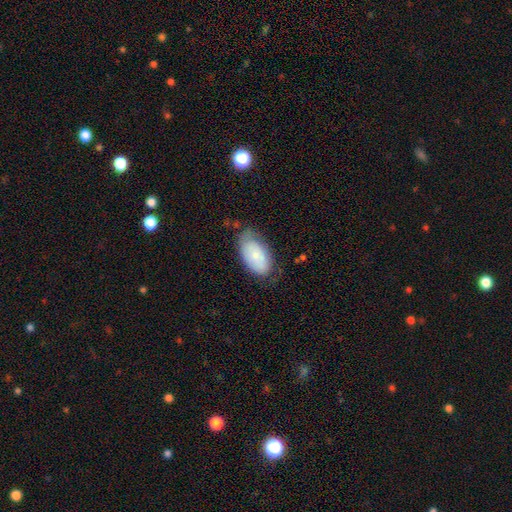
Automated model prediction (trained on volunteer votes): Morphology: type=smooth (72%); roundness=in between (95%); merging=none (61%).